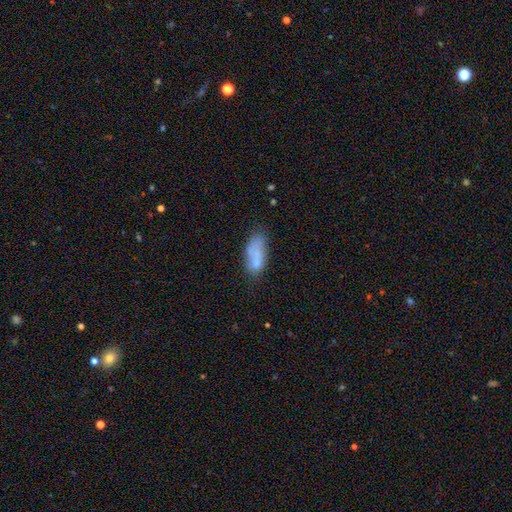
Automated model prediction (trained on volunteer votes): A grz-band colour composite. It shows a smooth galaxy with no disk features (70%) that is in between round and cigar-shaped (83%). Merging: none (46%).